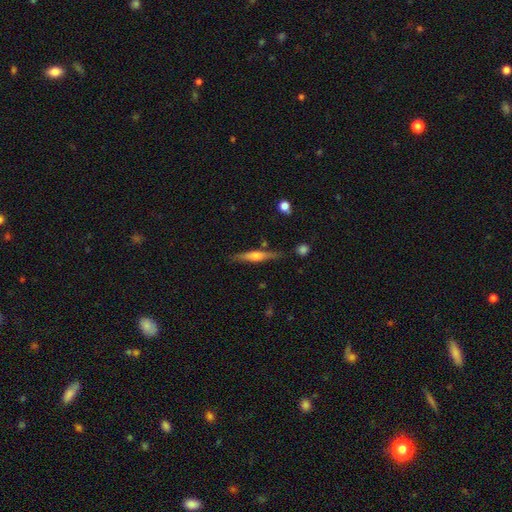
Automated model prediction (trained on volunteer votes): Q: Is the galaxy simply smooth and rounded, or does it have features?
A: featured or disk — 60%.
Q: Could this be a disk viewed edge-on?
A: yes — 95%.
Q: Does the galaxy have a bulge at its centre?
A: rounded — 81%.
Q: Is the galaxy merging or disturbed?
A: none — 81%.